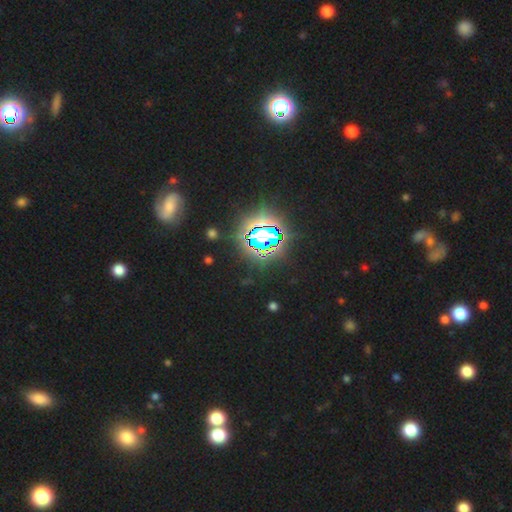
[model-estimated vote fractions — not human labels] Smooth or featured?
  - star or artifact: 78% *
  - smooth: 14%
  - featured or disk: 8%